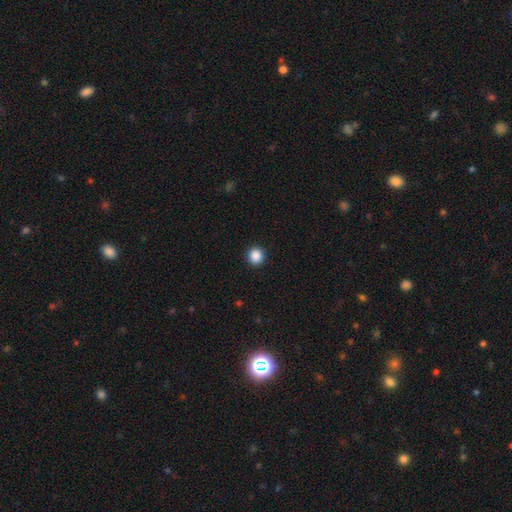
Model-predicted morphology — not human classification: smooth_or_featured: smooth (p=0.88) [alt: star or artifact p=0.10]
how_rounded: round (p=0.93) [alt: in between p=0.06]
merging: none (p=0.93) [alt: minor disturbance p=0.05]